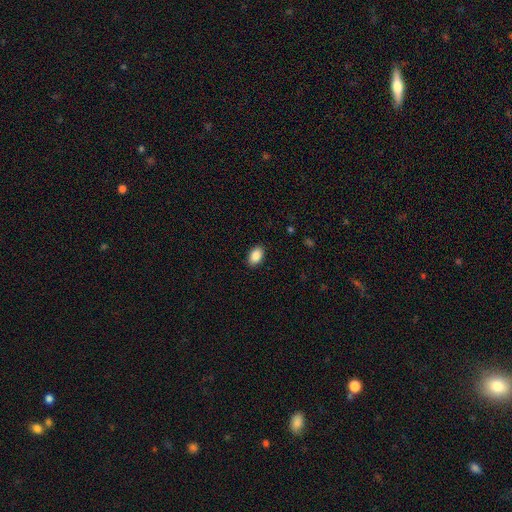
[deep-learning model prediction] Overall: smooth (88%). How rounded: in between (91%). Merging: none (89%).